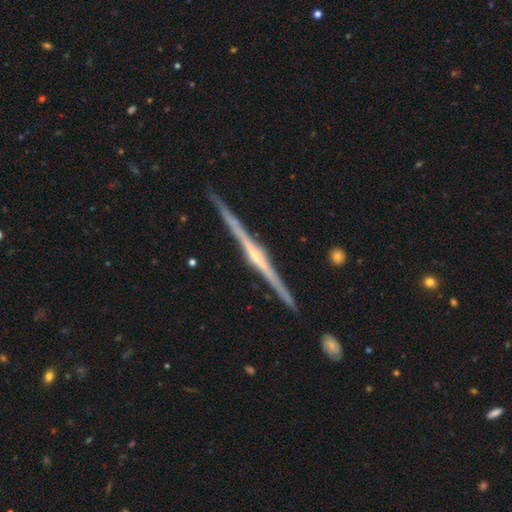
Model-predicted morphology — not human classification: Smooth or featured? Predicted: featured or disk (p=0.85). Edge-on disk? Predicted: yes (p=0.98). Edge-on bulge? Predicted: rounded (p=0.58). Merging? Predicted: none (p=0.89).